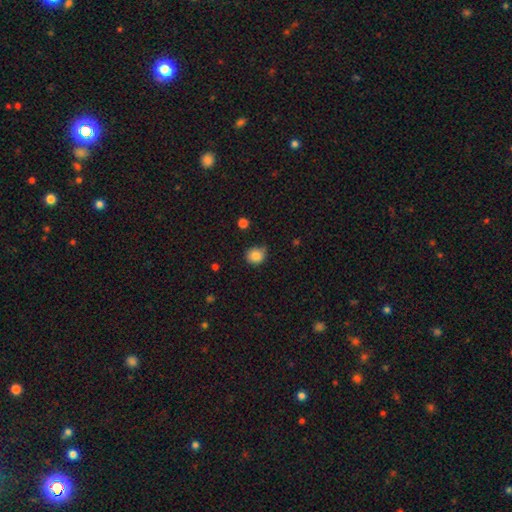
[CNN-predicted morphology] type=smooth (84%); roundness=round (78%); merging=none (64%).